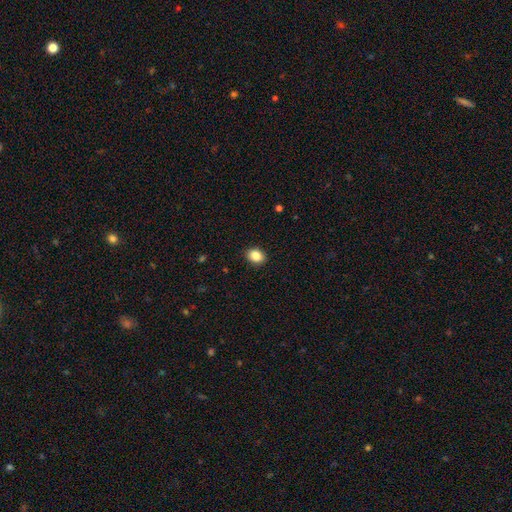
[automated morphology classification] The model was most divided on "how rounded": in between: 59%, round: 40%, cigar-shaped: 1%. More confident: merging — none (90%); smooth or featured — smooth (87%).